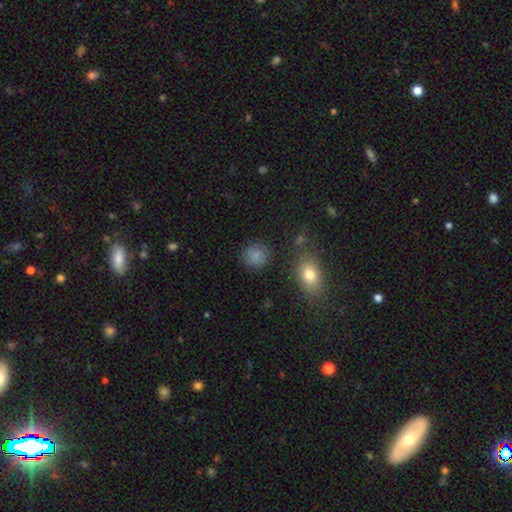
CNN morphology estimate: smooth-or-featured: smooth: 80% | star or artifact: 11% | featured or disk: 9%
  how-rounded: round: 86% | in between: 13% | cigar-shaped: 1%
  merging: none: 80% | minor disturbance: 13% | major disturbance: 4% | merger: 3%